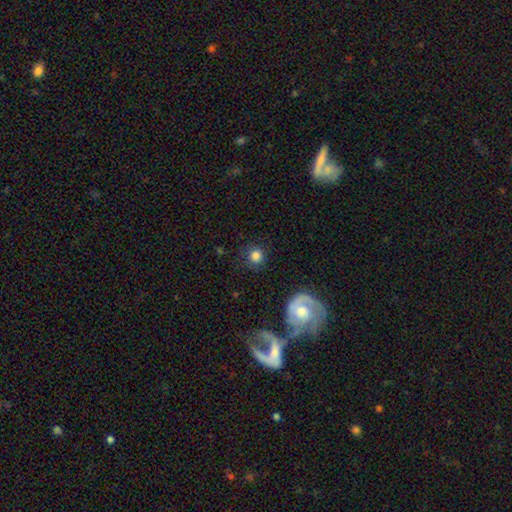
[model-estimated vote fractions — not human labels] A smooth galaxy with no disk features (80%) that is round (90%).

Vote fractions:
- Smooth or featured? smooth: 80% / star or artifact: 10% / featured or disk: 10%
- How rounded? round: 90% / in between: 9% / cigar-shaped: 1%
- Merging? none: 81% / minor disturbance: 12% / major disturbance: 5% / merger: 2%